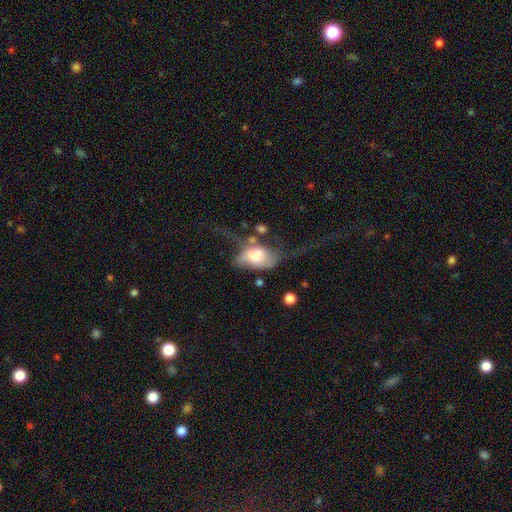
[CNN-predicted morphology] type=smooth (53%); roundness=in between (88%); merging=major disturbance (50%).